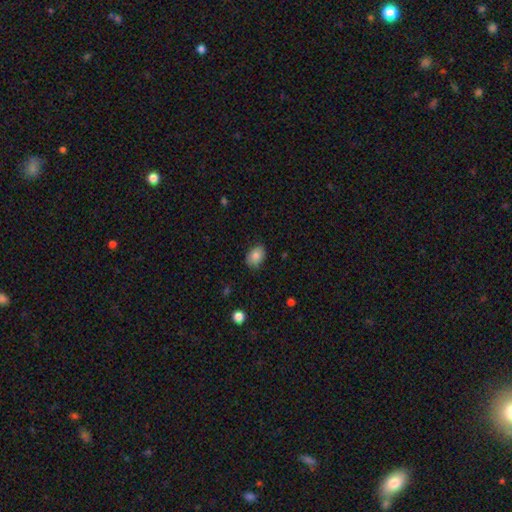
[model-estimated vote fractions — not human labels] smooth-or-featured: smooth: 80% | featured or disk: 11% | star or artifact: 8%
  how-rounded: in between: 72% | round: 27% | cigar-shaped: 1%
  merging: none: 79% | minor disturbance: 17% | major disturbance: 3% | merger: 1%